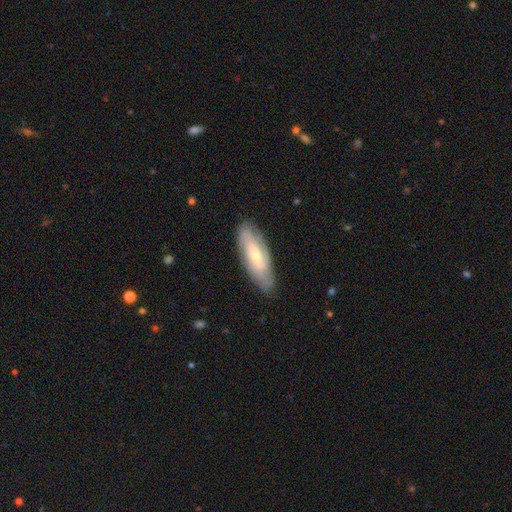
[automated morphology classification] featured or disk 66%, smooth 28%, star or artifact 6%. Down the decision tree: edge-on disk — no (85%); bar — no (50%); spiral arms — yes (87%); bulge size — small (49%); merging — none (80%).